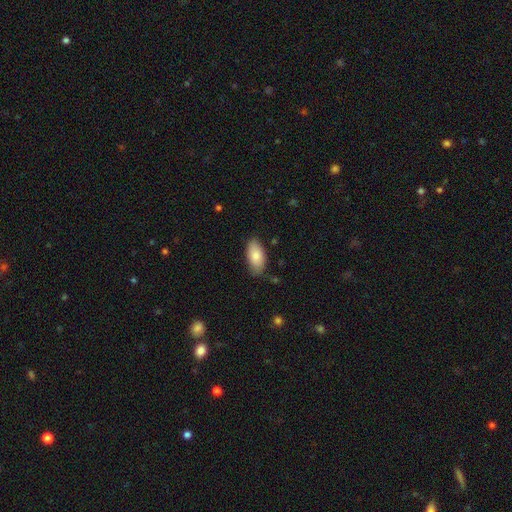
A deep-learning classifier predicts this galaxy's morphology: This appears to be a smooth galaxy with no disk features (84%) that is in between round and cigar-shaped (93%). Merging: none (77%).